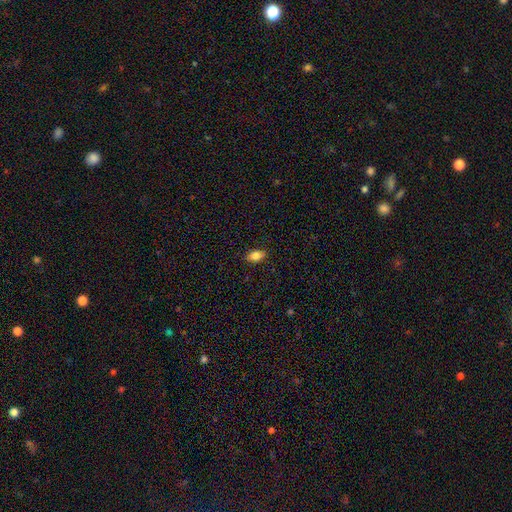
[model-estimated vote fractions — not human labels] smooth_or_featured: smooth (p=0.83) [alt: star or artifact p=0.09]
how_rounded: in between (p=0.87) [alt: round p=0.10]
merging: none (p=0.87) [alt: minor disturbance p=0.10]